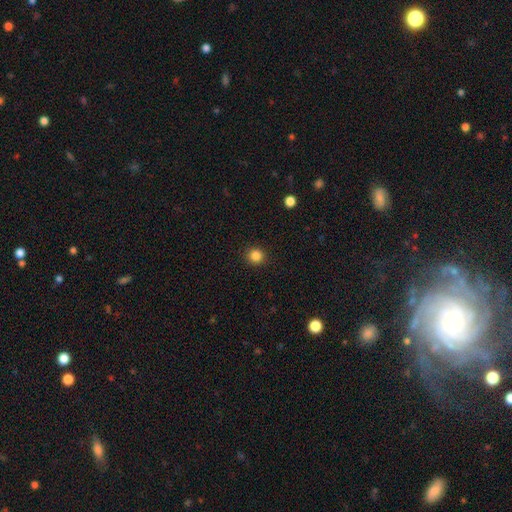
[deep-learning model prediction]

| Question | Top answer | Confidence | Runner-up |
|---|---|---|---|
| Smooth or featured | smooth | 85% | star or artifact (12%) |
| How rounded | round | 92% | in between (7%) |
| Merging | none | 92% | minor disturbance (5%) |